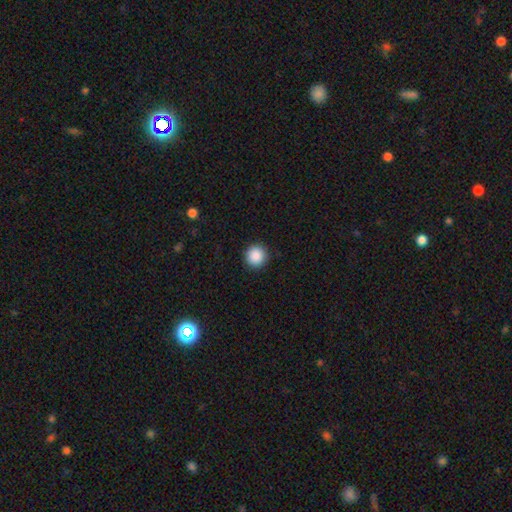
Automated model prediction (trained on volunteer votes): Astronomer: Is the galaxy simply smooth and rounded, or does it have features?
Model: smooth — 89%.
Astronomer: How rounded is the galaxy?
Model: round — 95%.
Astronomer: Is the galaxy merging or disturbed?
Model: none — 92%.